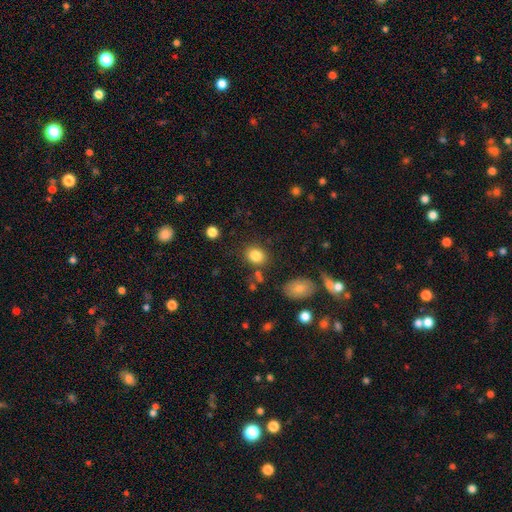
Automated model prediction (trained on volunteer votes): A smooth galaxy with no disk features (84%) that is round (55%).

Vote fractions:
- Smooth or featured? smooth: 84% / star or artifact: 10% / featured or disk: 6%
- How rounded? round: 55% / in between: 44% / cigar-shaped: 1%
- Merging? none: 80% / minor disturbance: 11% / merger: 5% / major disturbance: 4%